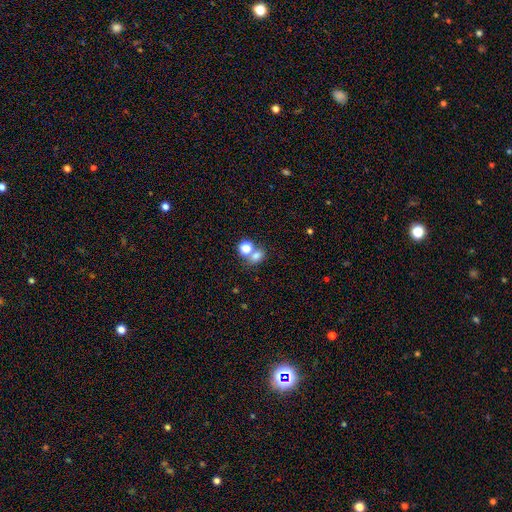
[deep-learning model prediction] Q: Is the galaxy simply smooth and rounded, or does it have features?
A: smooth — 73%.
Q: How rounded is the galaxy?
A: in between — 52%.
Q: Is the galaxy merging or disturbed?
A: none — 43%, tied with merger.